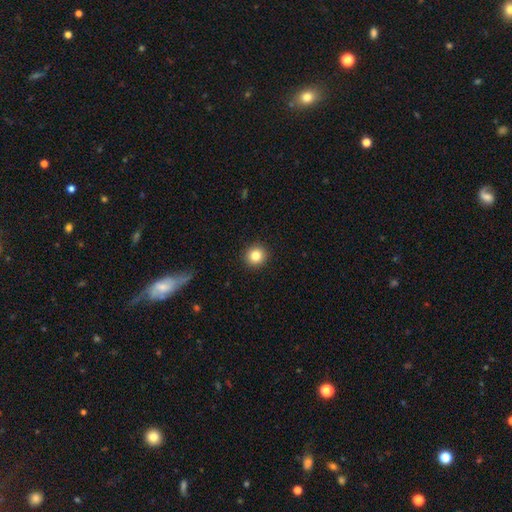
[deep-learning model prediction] Overall: smooth (83%). How rounded: round (94%). Merging: none (93%).